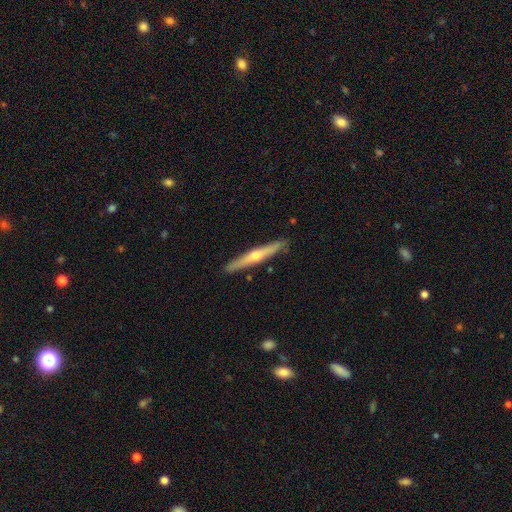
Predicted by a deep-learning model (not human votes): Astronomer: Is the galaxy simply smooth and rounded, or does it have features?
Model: featured or disk — 63%.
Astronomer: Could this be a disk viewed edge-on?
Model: yes — 96%.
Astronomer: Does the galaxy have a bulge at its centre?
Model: rounded — 85%.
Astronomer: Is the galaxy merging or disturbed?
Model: none — 90%.